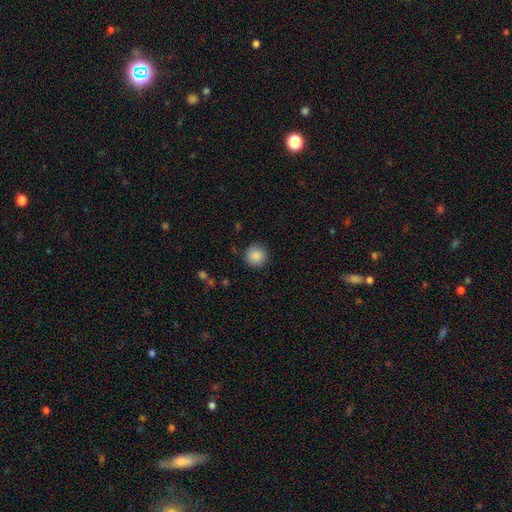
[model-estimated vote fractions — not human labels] Smooth or featured? smooth (88%)
How rounded? round (94%)
Merging? none (89%)